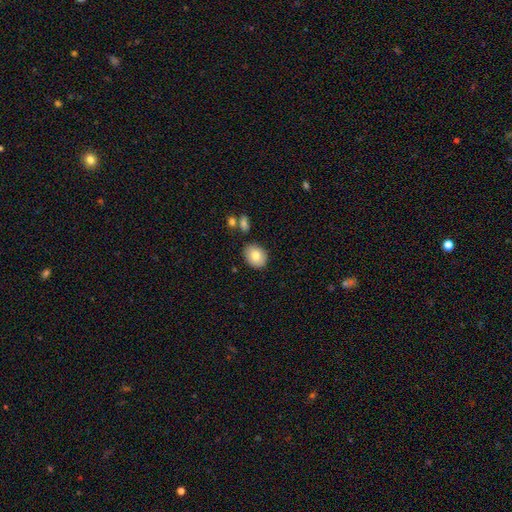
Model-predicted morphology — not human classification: Smooth or featured? Predicted: smooth (p=0.81). How rounded? Predicted: in between (p=0.60). Merging? Predicted: none (p=0.84).